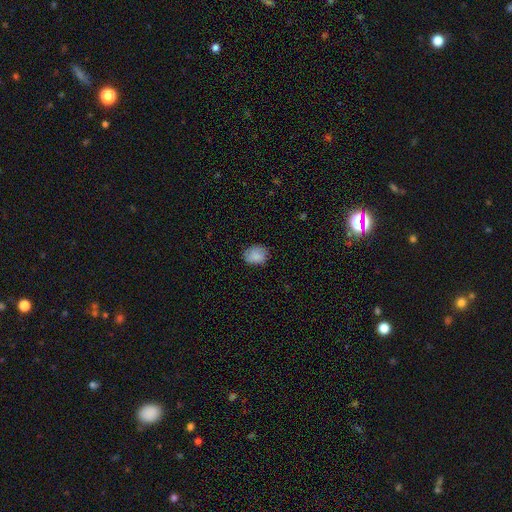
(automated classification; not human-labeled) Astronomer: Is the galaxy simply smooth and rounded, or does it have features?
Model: smooth — 83%.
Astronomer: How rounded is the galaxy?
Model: in between — 52% (runner-up: round, 47%).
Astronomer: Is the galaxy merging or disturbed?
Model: none — 74%.